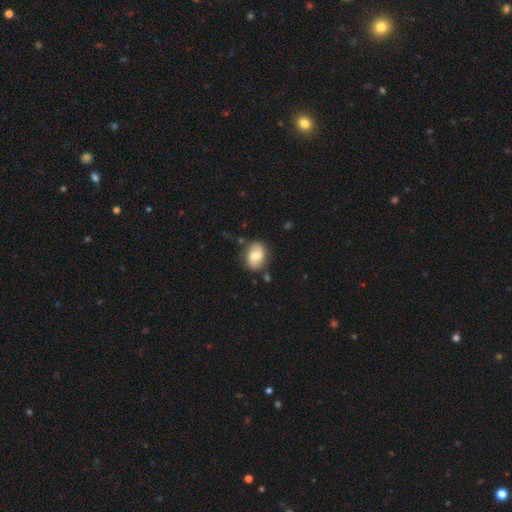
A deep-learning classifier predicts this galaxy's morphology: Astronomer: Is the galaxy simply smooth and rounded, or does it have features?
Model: smooth — 66%.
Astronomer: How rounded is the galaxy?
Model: in between — 68%.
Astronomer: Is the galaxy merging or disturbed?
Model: none — 76%.